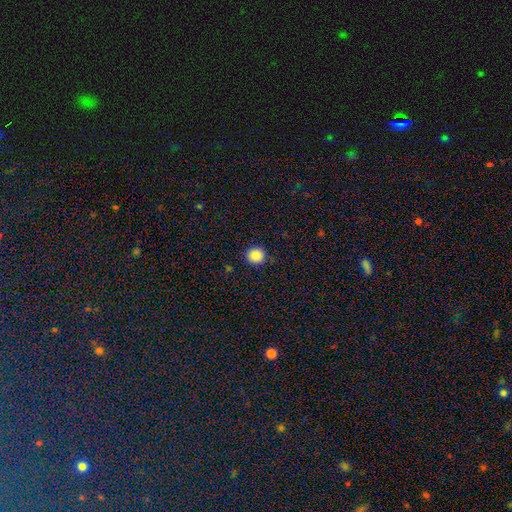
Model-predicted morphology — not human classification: Smooth or featured? Predicted: smooth (p=0.88). How rounded? Predicted: round (p=0.92). Merging? Predicted: none (p=0.90).